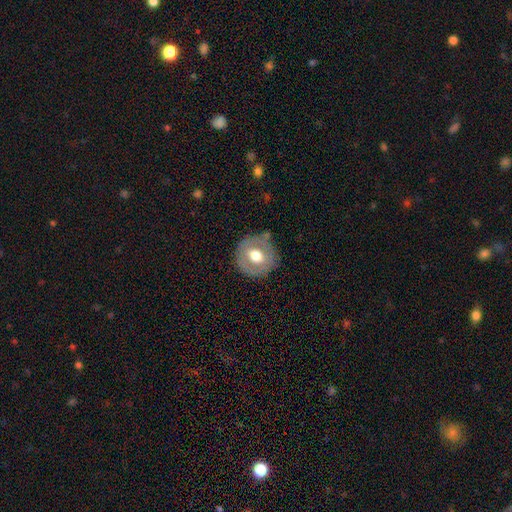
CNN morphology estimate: Smooth or featured? Predicted: smooth (p=0.53). How rounded? Predicted: round (p=0.88). Merging? Predicted: none (p=0.78).